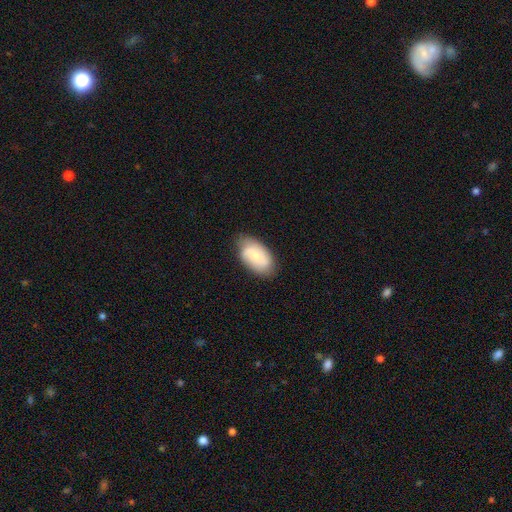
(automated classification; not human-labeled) Smooth or featured? Predicted: smooth (p=0.58). How rounded? Predicted: in between (p=0.93). Merging? Predicted: none (p=0.75).